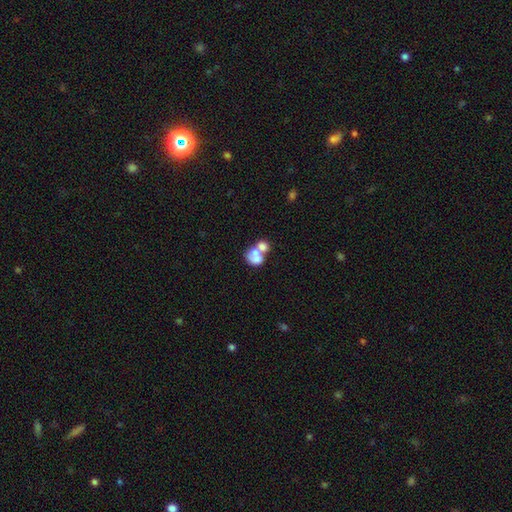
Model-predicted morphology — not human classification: This appears to be a smooth galaxy with no disk features (58%) that is in between round and cigar-shaped (52%). Merging: merger (69%).